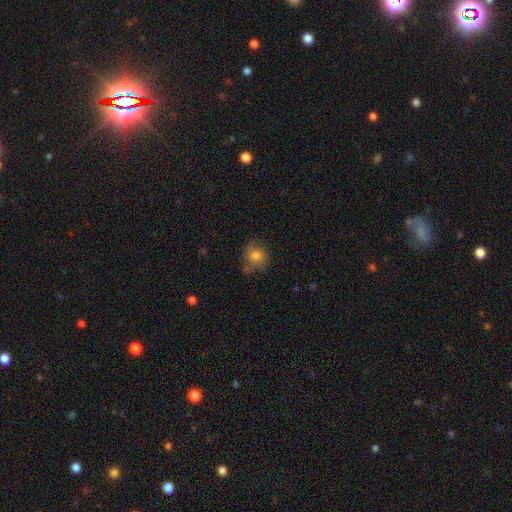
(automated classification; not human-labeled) Morphology: type=smooth (75%); roundness=round (79%); merging=none (61%).